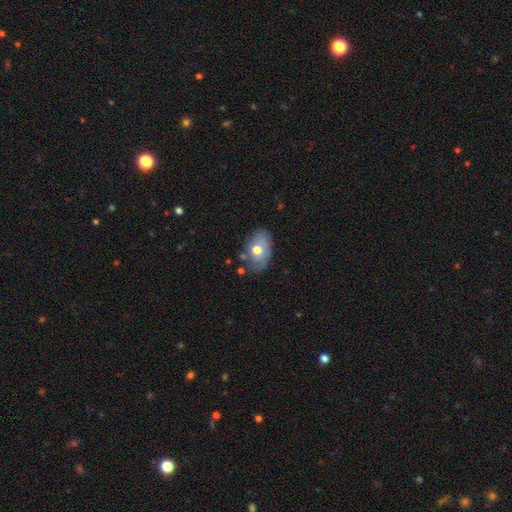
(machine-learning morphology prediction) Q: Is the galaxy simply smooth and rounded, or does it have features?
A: smooth — 51%.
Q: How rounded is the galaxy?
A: in between — 80%.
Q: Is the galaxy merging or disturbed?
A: none — 69%.